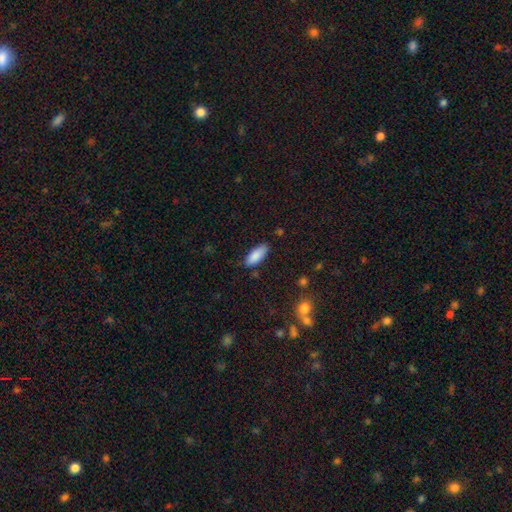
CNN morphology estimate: A smooth galaxy with no disk features (88%) that is in between round and cigar-shaped (79%).

Vote fractions:
- Smooth or featured? smooth: 88% / star or artifact: 6% / featured or disk: 5%
- How rounded? in between: 79% / cigar-shaped: 19% / round: 2%
- Merging? none: 82% / minor disturbance: 14% / major disturbance: 3% / merger: 2%